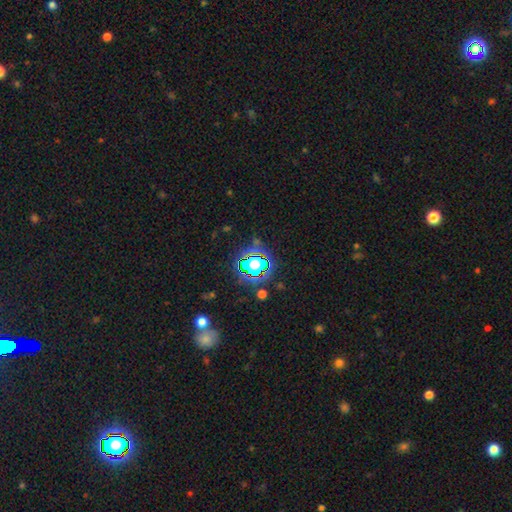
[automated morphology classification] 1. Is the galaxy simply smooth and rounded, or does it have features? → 79% star or artifact, 13% smooth, 8% featured or disk.